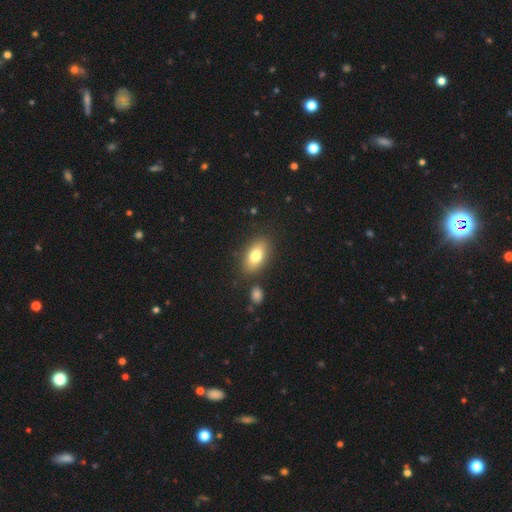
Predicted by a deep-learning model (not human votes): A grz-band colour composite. It shows a smooth galaxy with no disk features (79%) that is in between round and cigar-shaped (89%). Merging: none (81%).